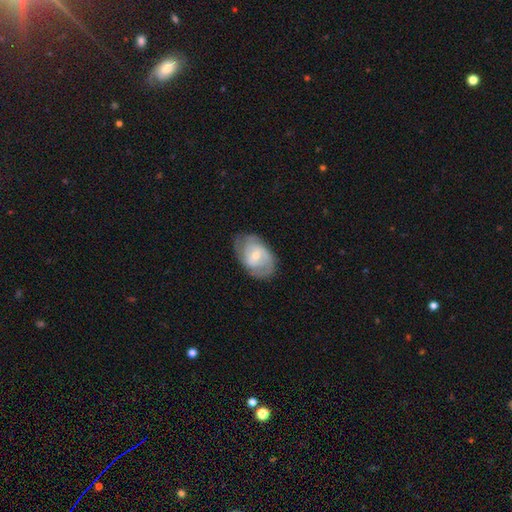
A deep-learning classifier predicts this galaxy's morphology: A featured or disk galaxy (69%) with a weak bar (50%), 2 (49%) tight (46%) spiral arms (87%) and a small central bulge (54%).

Vote fractions:
- Smooth or featured? featured or disk: 69% / smooth: 25% / star or artifact: 6%
- Edge-on disk? no: 96% / yes: 4%
- Bar? weak: 50% / no: 37% / strong: 13%
- Spiral arms? yes: 87% / no: 13%
- Spiral winding? tight: 46% / medium: 41% / loose: 13%
- Spiral arm count? 2: 49% / can't tell: 27% / 3: 14% / 1: 4% / 4: 3% / more than 4: 2%
- Bulge size? small: 54% / moderate: 41% / large: 2% / none: 2% / dominant: 1%
- Merging? none: 73% / minor disturbance: 19% / major disturbance: 7% / merger: 1%